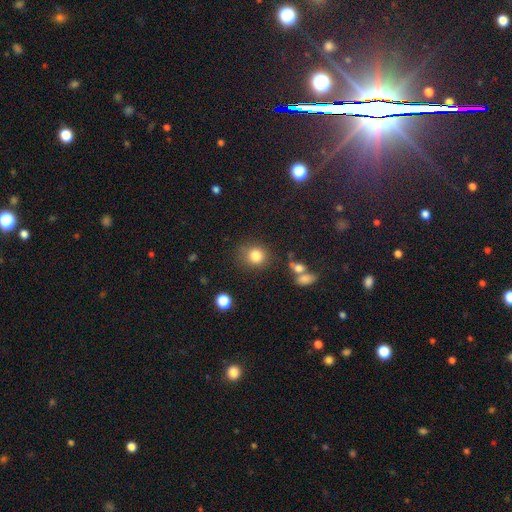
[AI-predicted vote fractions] The model was most divided on "how rounded": round: 81%, in between: 18%, cigar-shaped: 1%. More confident: smooth or featured — smooth (82%); merging — none (76%).